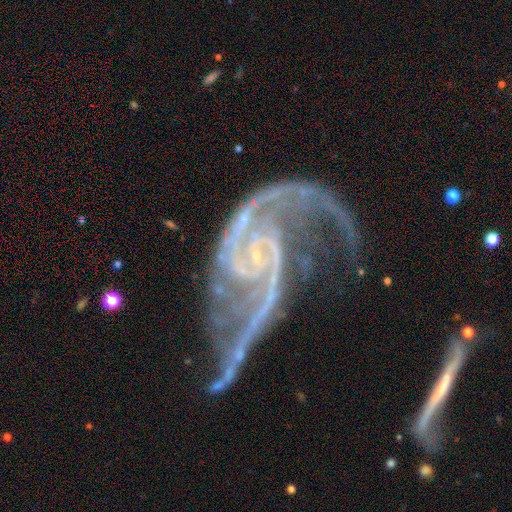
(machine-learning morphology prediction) type=featured or disk (91%); edge-on=no (97%); bar=no (55%); spiral arms=yes (97%); winding=loose (46%); arm count=2 (71%); bulge=small (69%); merging=major disturbance (40%).